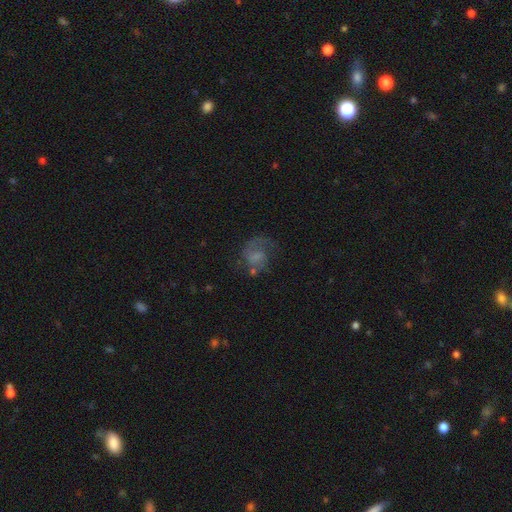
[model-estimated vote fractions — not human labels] This is possibly a featured or disk galaxy (56%). It is clearly not viewed edge-on (98%). Bar: possibly no (53%). Spiral arm pattern: likely yes (80%). Central bulge: possibly none (48%). Merging: marginally none (42%).